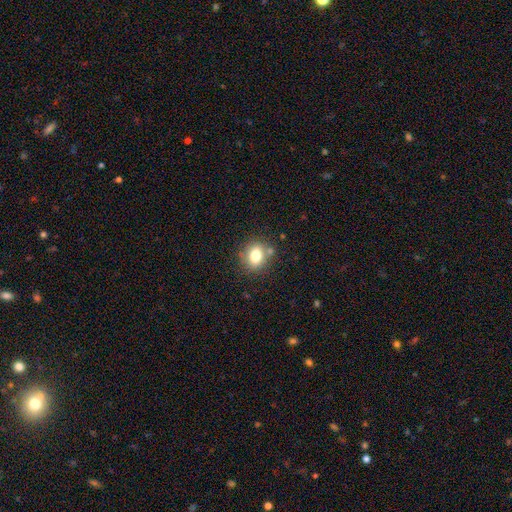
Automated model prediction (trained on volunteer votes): Overall: smooth (77%). How rounded: round (59%; in between 40%). Merging: none (74%).